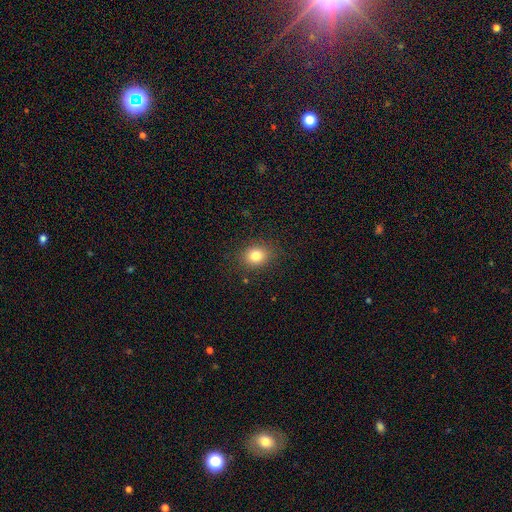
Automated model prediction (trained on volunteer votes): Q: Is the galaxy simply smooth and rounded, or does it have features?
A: smooth — 81%.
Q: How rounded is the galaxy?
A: round — 59%.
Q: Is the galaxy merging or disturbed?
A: none — 86%.